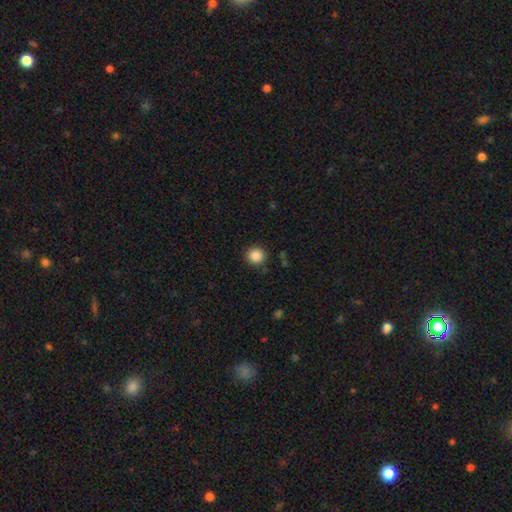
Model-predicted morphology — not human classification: Smooth or featured? Predicted: smooth (p=0.87). How rounded? Predicted: round (p=0.92). Merging? Predicted: none (p=0.89).